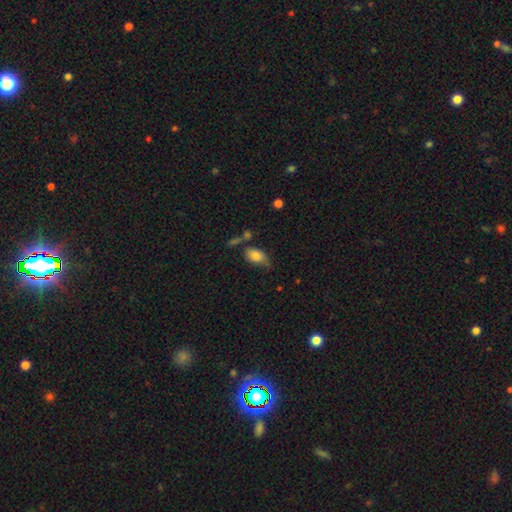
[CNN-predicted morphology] Smooth or featured: smooth — 77% (featured or disk — 15%)
How rounded: in between — 89% (round — 8%)
Merging: none — 42% (minor disturbance — 33%)